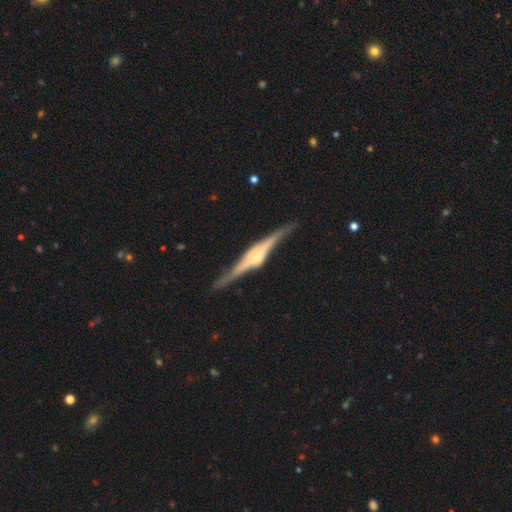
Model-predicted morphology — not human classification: The model was most divided on "edge-on bulge": rounded: 65%, boxy: 31%, none: 4%. More confident: edge-on disk — yes (98%); merging — none (87%); smooth or featured — featured or disk (86%).